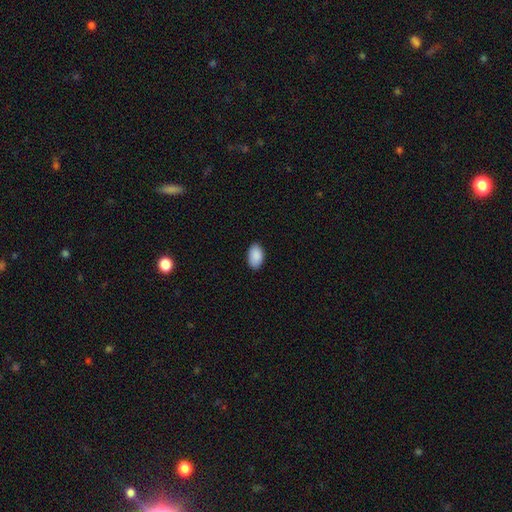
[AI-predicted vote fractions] A smooth galaxy with no disk features (91%) that is in between round and cigar-shaped (93%).

Vote fractions:
- Smooth or featured? smooth: 91% / star or artifact: 6% / featured or disk: 3%
- How rounded? in between: 93% / round: 6% / cigar-shaped: 1%
- Merging? none: 88% / minor disturbance: 10% / major disturbance: 2% / merger: 1%